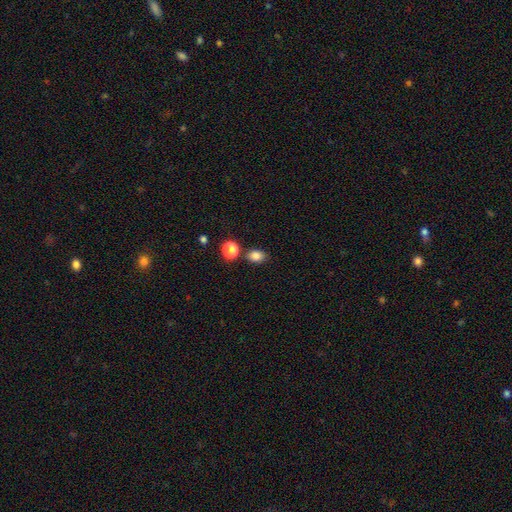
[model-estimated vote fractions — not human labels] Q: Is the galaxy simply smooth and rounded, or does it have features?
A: smooth — 84%.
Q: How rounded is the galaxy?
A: in between — 61%.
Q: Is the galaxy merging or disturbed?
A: none — 75%.